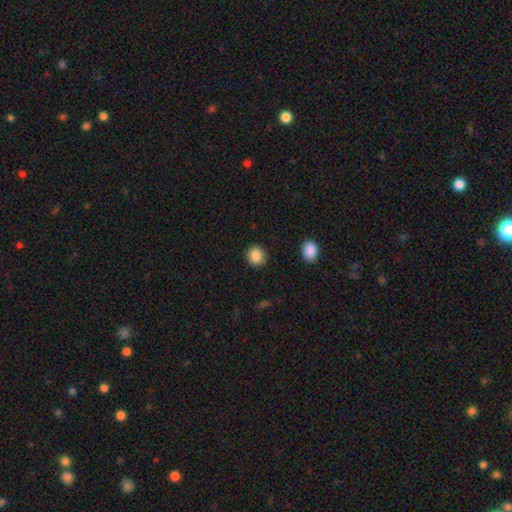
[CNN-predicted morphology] The model was most divided on "how rounded": round: 83%, in between: 16%, cigar-shaped: 1%. More confident: merging — none (90%); smooth or featured — smooth (87%).